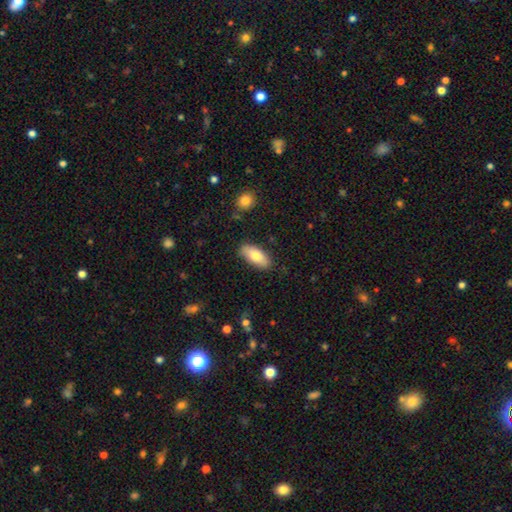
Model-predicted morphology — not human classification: Q: Smooth or featured?
A: smooth (76%); runner-up: featured or disk (18%)
Q: How rounded?
A: in between (87%); runner-up: cigar-shaped (11%)
Q: Merging?
A: none (84%); runner-up: minor disturbance (12%)